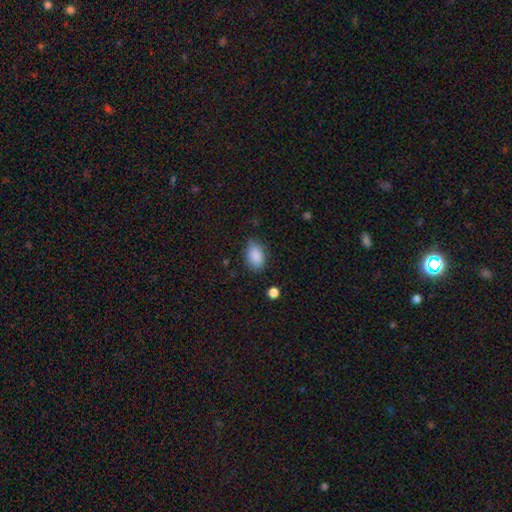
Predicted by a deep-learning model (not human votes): Overall: smooth (87%). How rounded: in between (86%). Merging: none (77%).